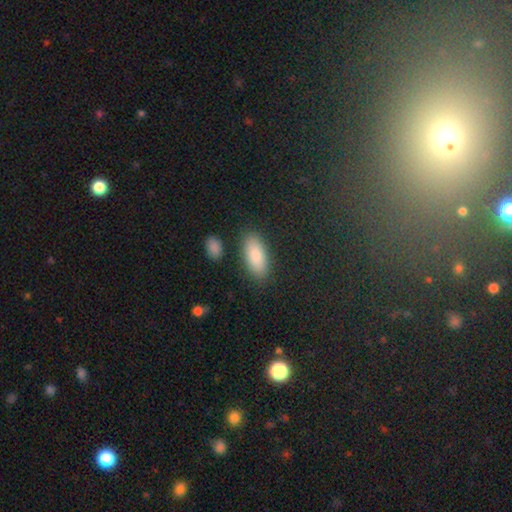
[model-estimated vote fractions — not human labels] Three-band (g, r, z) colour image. It shows a smooth galaxy with no disk features (86%) that is in between round and cigar-shaped (85%). Merging: none (84%).